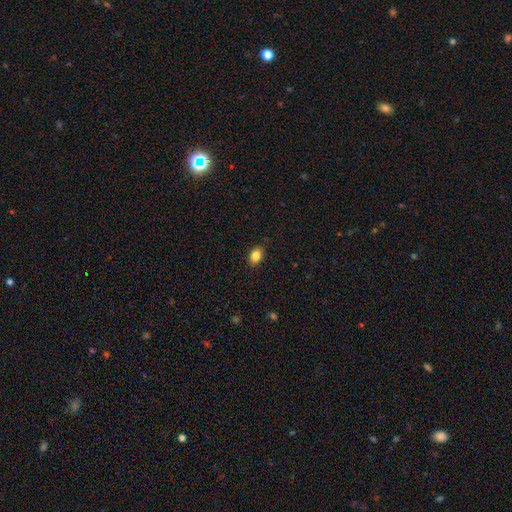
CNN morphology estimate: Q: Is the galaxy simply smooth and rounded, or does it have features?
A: smooth — 85%.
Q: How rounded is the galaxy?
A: in between — 80%.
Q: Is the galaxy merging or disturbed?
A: none — 88%.